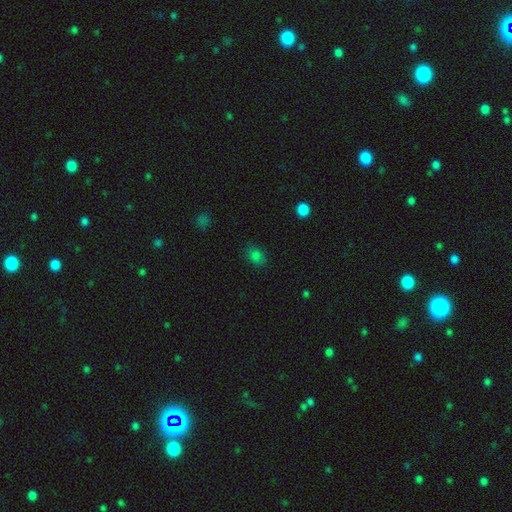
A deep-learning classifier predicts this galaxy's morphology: Smooth or featured?
  - smooth: 79% *
  - star or artifact: 16%
  - featured or disk: 6%
How rounded?
  - in between: 67% *
  - round: 32%
  - cigar-shaped: 1%
Merging?
  - none: 82% *
  - minor disturbance: 13%
  - major disturbance: 3%
  - merger: 2%